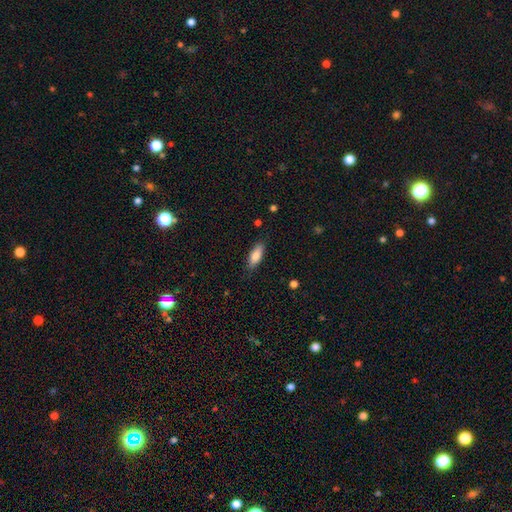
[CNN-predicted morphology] Smooth or featured?
  - smooth: 84% *
  - featured or disk: 9%
  - star or artifact: 6%
How rounded?
  - in between: 70% *
  - cigar-shaped: 28%
  - round: 2%
Merging?
  - none: 83% *
  - minor disturbance: 13%
  - major disturbance: 3%
  - merger: 1%